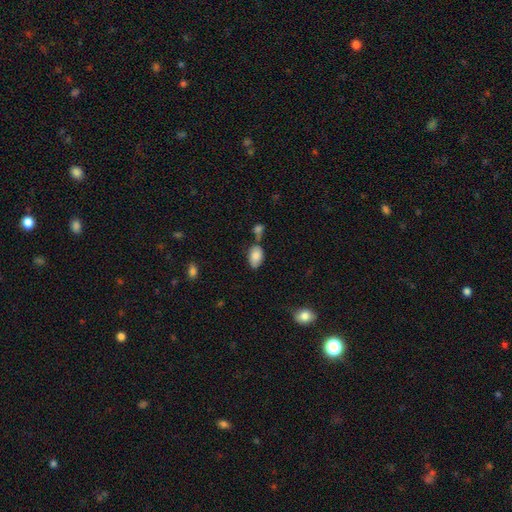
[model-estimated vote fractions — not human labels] Smooth or featured: smooth — 82% (featured or disk — 11%)
How rounded: in between — 91% (round — 7%)
Merging: none — 54% (minor disturbance — 21%)